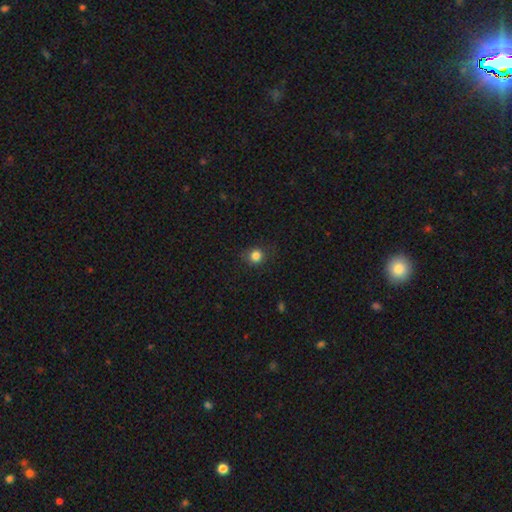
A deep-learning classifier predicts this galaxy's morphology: Smooth or featured? smooth (83%)
How rounded? round (88%)
Merging? none (84%)